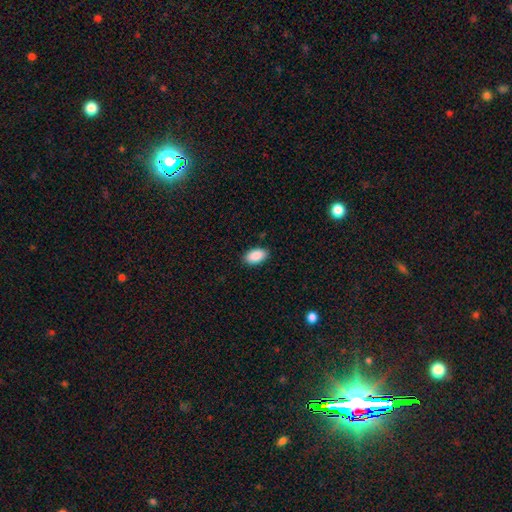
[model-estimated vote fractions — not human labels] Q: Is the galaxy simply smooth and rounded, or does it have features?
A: smooth — 90%.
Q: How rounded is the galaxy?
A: in between — 94%.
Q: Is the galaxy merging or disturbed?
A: none — 88%.